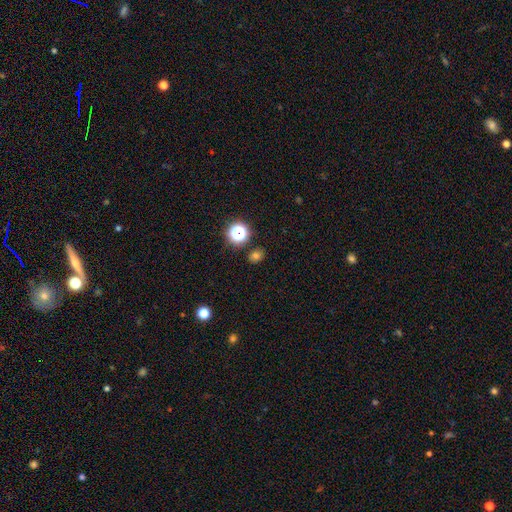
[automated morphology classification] Smooth or featured?
  - smooth: 70% *
  - star or artifact: 23%
  - featured or disk: 6%
How rounded?
  - round: 58% *
  - in between: 41%
  - cigar-shaped: 1%
Merging?
  - none: 85% *
  - minor disturbance: 8%
  - merger: 4%
  - major disturbance: 3%